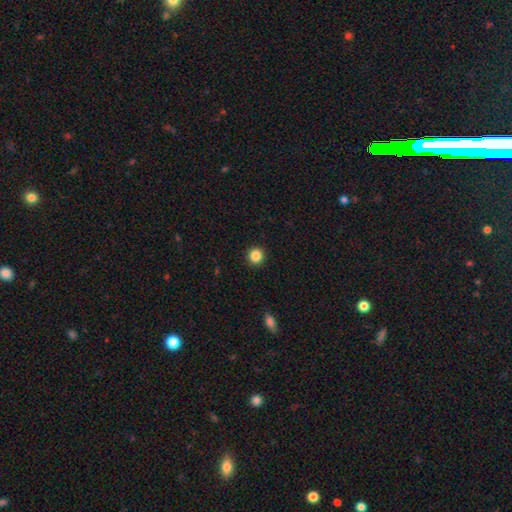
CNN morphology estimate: Smooth or featured? smooth (86%)
How rounded? round (94%)
Merging? none (92%)